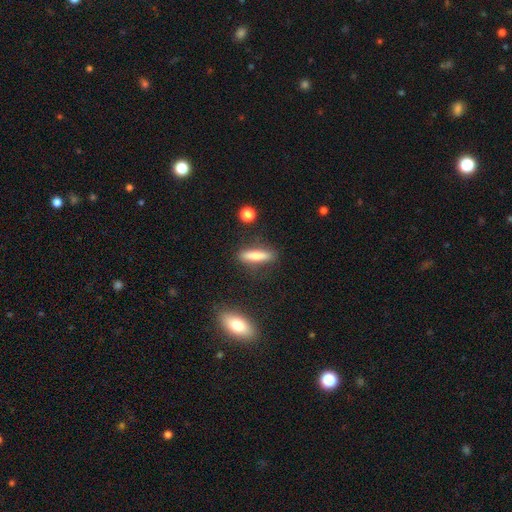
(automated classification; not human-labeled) Q: Smooth or featured?
A: smooth (72%); runner-up: featured or disk (20%)
Q: How rounded?
A: cigar-shaped (76%); runner-up: in between (22%)
Q: Merging?
A: none (83%); runner-up: minor disturbance (11%)